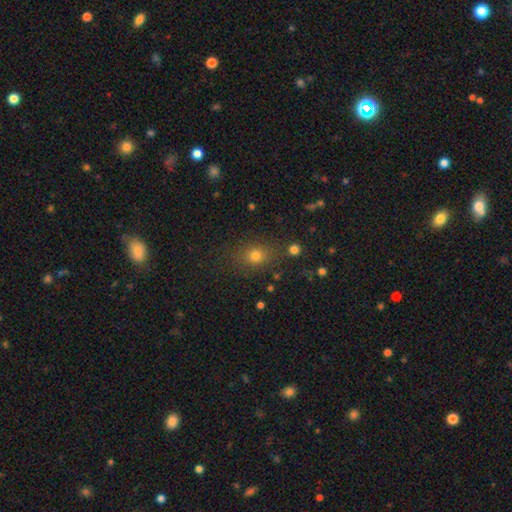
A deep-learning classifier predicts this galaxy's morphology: The model was most divided on "how rounded": round: 56%, in between: 42%, cigar-shaped: 2%. More confident: merging — none (80%); smooth or featured — smooth (74%).